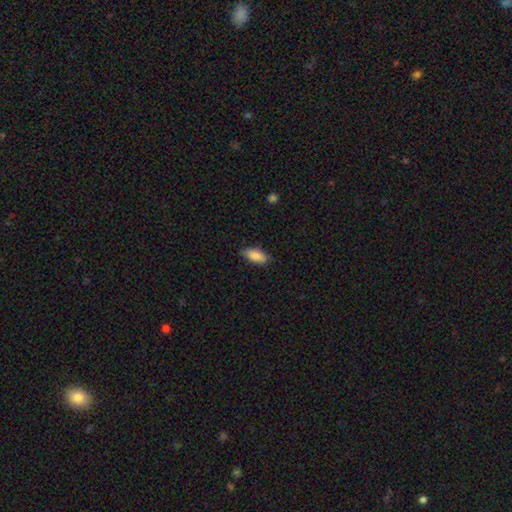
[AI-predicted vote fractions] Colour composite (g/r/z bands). It shows a smooth galaxy with no disk features (88%) that is in between round and cigar-shaped (85%). Merging: none (82%).